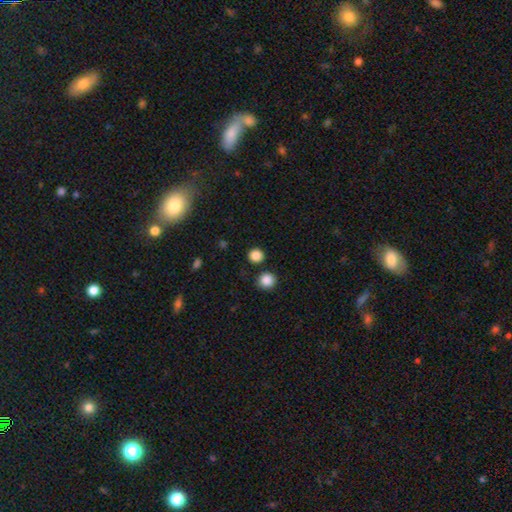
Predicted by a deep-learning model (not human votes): Smooth or featured? Predicted: smooth (p=0.84). How rounded? Predicted: round (p=0.92). Merging? Predicted: none (p=0.87).